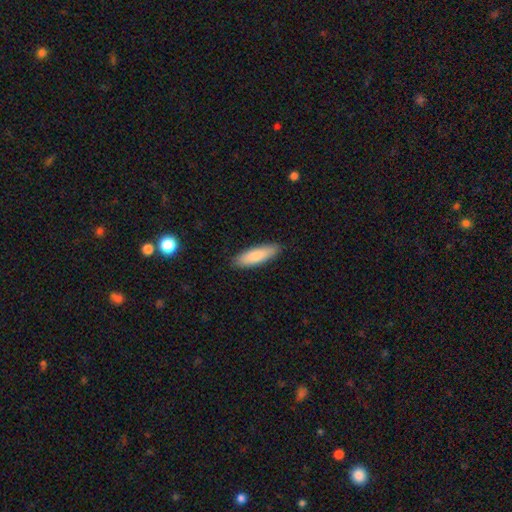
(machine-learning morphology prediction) Smooth or featured: smooth — 83% (featured or disk — 12%)
How rounded: cigar-shaped — 57% (in between — 41%)
Merging: none — 89% (minor disturbance — 9%)